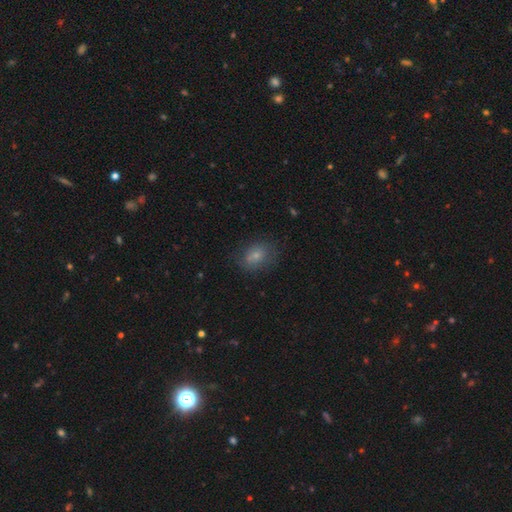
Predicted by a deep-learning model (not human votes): Smooth or featured: smooth — 72% (featured or disk — 17%)
How rounded: in between — 65% (round — 34%)
Merging: none — 68% (minor disturbance — 20%)